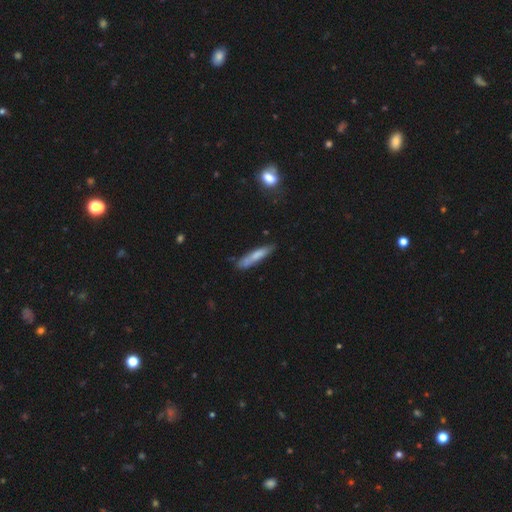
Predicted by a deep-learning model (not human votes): This appears to be a smooth galaxy with no disk features (69%) that is cigar-shaped (86%). Merging: none (67%).